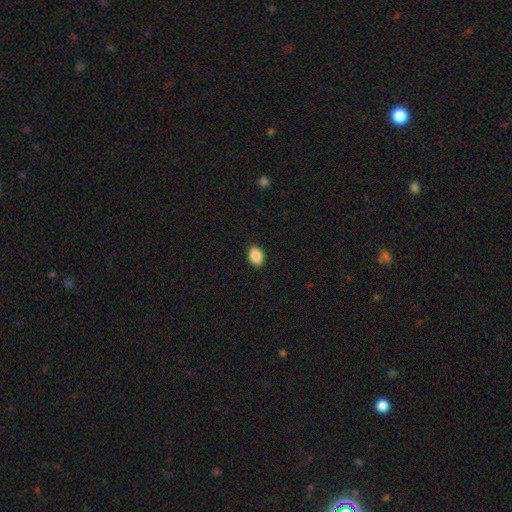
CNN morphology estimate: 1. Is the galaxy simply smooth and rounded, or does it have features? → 89% smooth, 7% star or artifact, 3% featured or disk.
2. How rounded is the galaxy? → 78% in between, 21% round, 1% cigar-shaped.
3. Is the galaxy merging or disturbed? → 90% none, 7% minor disturbance, 2% major disturbance, 1% merger.